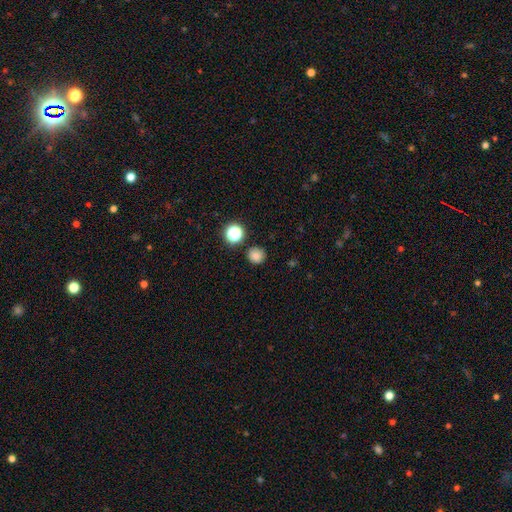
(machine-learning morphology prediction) smooth-or-featured: smooth: 80% | star or artifact: 15% | featured or disk: 5%
  how-rounded: round: 92% | in between: 7% | cigar-shaped: 1%
  merging: none: 87% | minor disturbance: 7% | merger: 3% | major disturbance: 2%